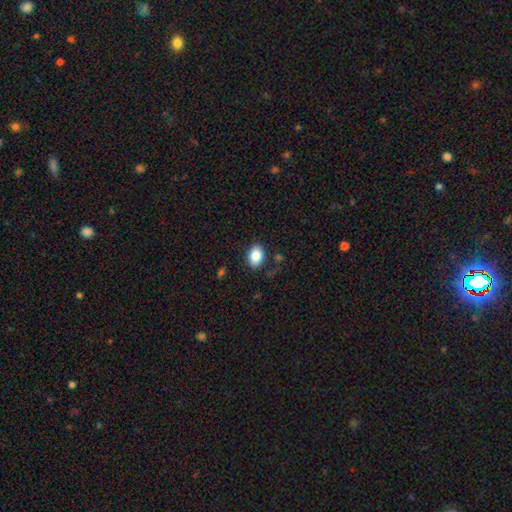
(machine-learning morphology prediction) Smooth or featured?
  - smooth: 85% *
  - star or artifact: 8%
  - featured or disk: 7%
How rounded?
  - in between: 82% *
  - round: 17%
  - cigar-shaped: 1%
Merging?
  - none: 85% *
  - minor disturbance: 10%
  - major disturbance: 3%
  - merger: 2%